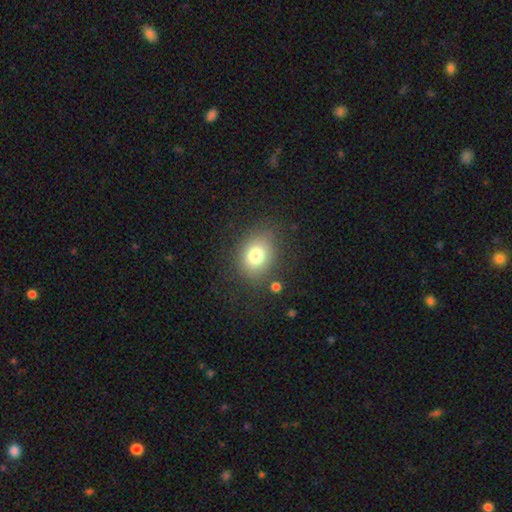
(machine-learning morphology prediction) Q: Smooth or featured?
A: smooth (77%); runner-up: star or artifact (12%)
Q: How rounded?
A: round (53%); runner-up: in between (46%)
Q: Merging?
A: none (80%); runner-up: minor disturbance (12%)